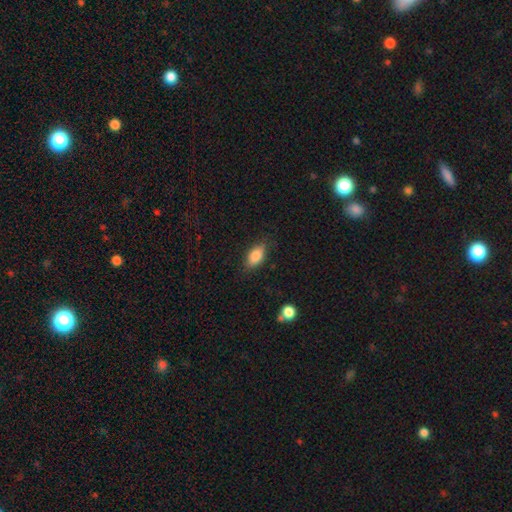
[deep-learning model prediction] Smooth or featured: smooth — 83% (featured or disk — 9%)
How rounded: in between — 88% (cigar-shaped — 7%)
Merging: none — 82% (minor disturbance — 14%)